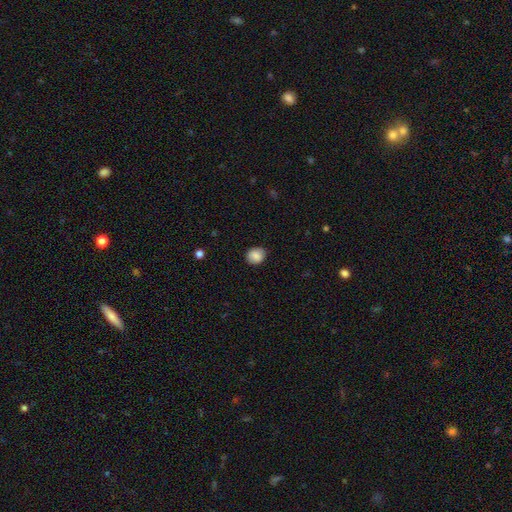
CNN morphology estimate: The model was most divided on "how rounded": round: 71%, in between: 28%, cigar-shaped: 1%. More confident: smooth or featured — smooth (87%); merging — none (86%).